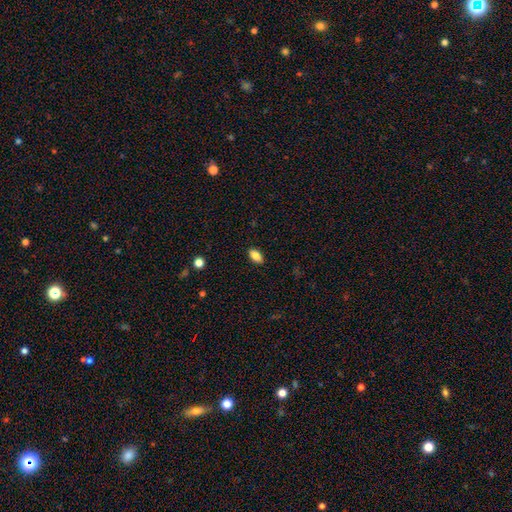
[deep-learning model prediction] The model was most divided on "smooth or featured": smooth: 84%, star or artifact: 8%, featured or disk: 8%. More confident: how rounded — in between (90%); merging — none (89%).